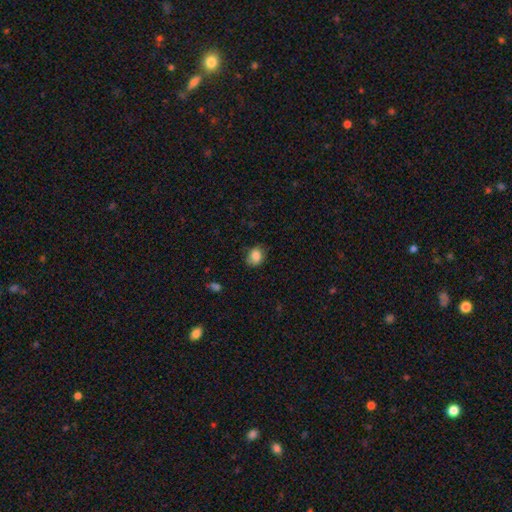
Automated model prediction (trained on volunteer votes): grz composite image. It shows a smooth galaxy with no disk features (84%) that is round (52%). Merging: none (72%).